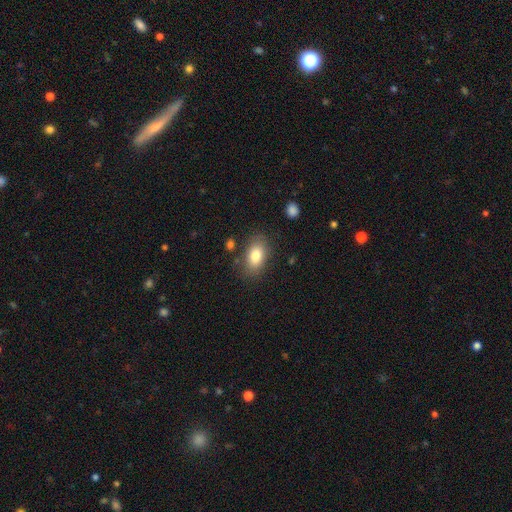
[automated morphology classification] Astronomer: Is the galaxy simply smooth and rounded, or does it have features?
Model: smooth — 81%.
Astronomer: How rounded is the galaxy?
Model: in between — 89%.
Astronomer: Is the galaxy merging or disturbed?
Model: none — 81%.